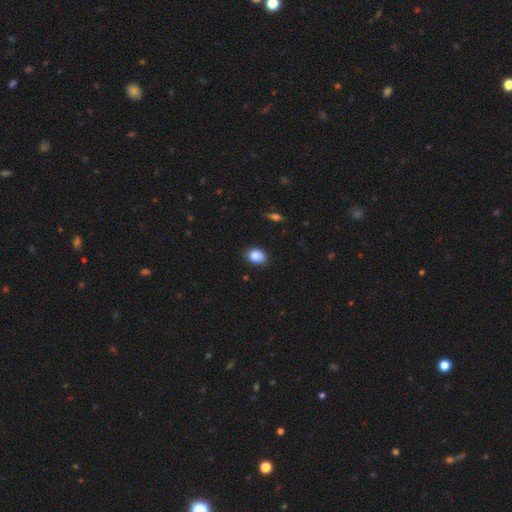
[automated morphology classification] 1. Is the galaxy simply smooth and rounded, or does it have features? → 87% smooth, 8% star or artifact, 5% featured or disk.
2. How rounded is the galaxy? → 70% in between, 29% round, 1% cigar-shaped.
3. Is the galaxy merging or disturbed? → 83% none, 13% minor disturbance, 2% major disturbance, 1% merger.